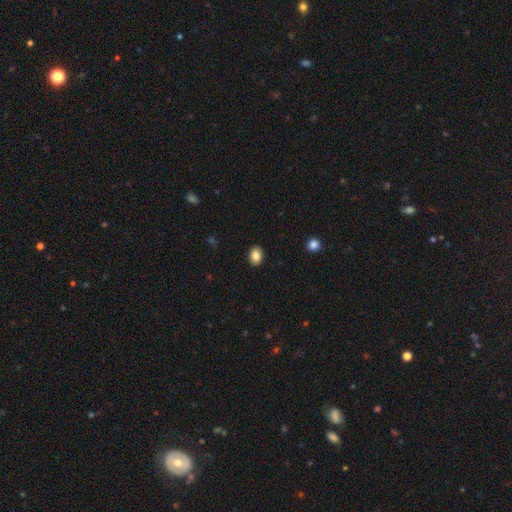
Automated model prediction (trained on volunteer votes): A smooth galaxy with no disk features (86%) that is in between round and cigar-shaped (71%). Merging: none (90%).